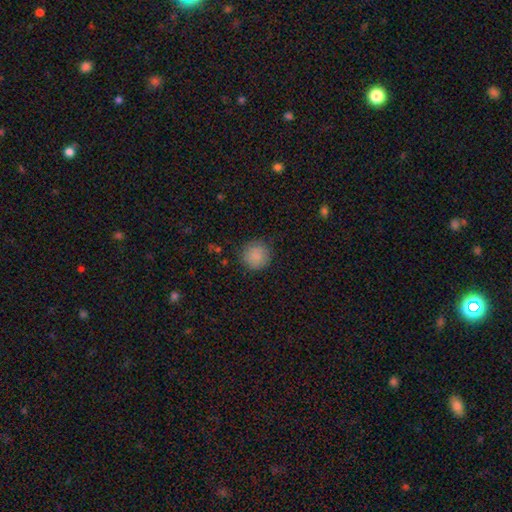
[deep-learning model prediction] Overall: smooth (87%). How rounded: round (93%). Merging: none (86%).